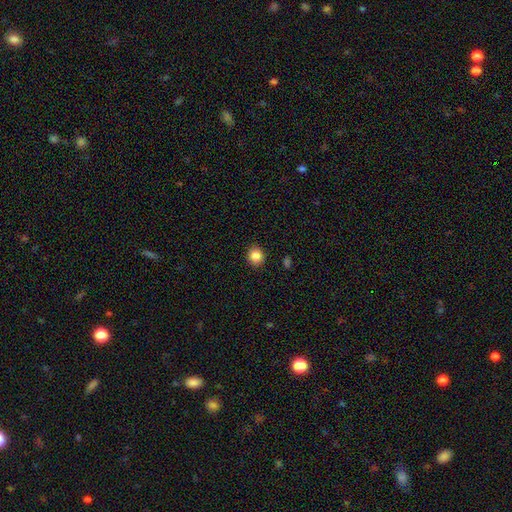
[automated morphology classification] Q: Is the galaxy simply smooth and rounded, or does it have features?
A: smooth — 86%.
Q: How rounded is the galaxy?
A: round — 87%.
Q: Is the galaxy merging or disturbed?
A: none — 91%.